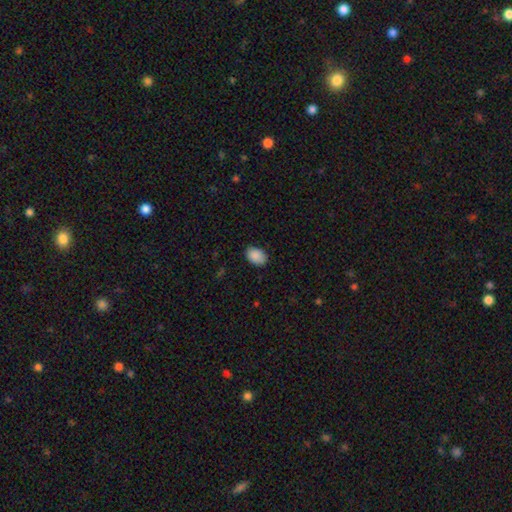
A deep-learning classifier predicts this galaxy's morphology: Overall: smooth (89%). How rounded: in between (80%). Merging: none (86%).